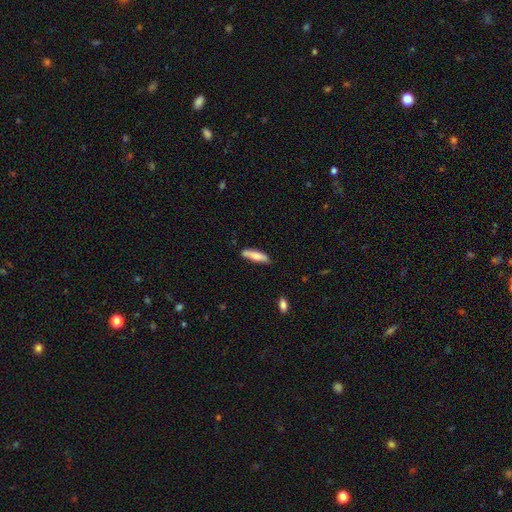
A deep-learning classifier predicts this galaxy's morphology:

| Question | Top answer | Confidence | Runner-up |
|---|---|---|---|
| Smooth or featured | smooth | 79% | featured or disk (15%) |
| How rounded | cigar-shaped | 69% | in between (30%) |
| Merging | none | 74% | minor disturbance (19%) |